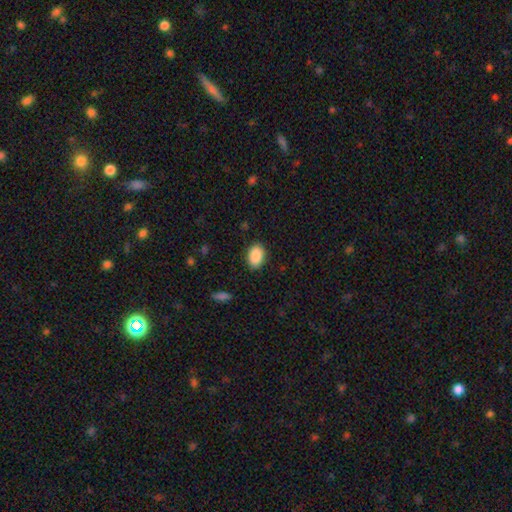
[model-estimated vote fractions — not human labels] The model was most divided on "how rounded": in between: 83%, round: 15%, cigar-shaped: 1%. More confident: smooth or featured — smooth (89%); merging — none (87%).